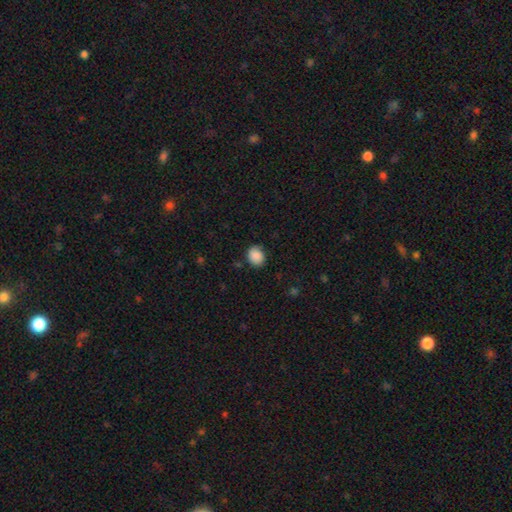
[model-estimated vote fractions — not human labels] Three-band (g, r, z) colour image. It shows a smooth galaxy with no disk features (88%) that is round (64%). Merging: none (82%).